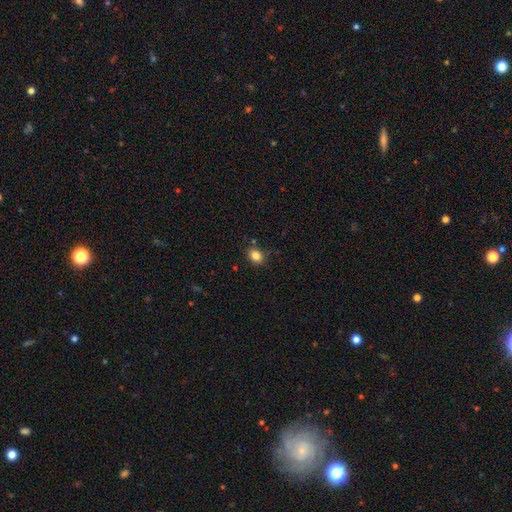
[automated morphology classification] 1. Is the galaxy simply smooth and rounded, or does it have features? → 85% smooth, 10% star or artifact, 5% featured or disk.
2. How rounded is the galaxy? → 57% in between, 42% round, 1% cigar-shaped.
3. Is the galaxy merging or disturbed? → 84% none, 11% minor disturbance, 3% merger, 3% major disturbance.